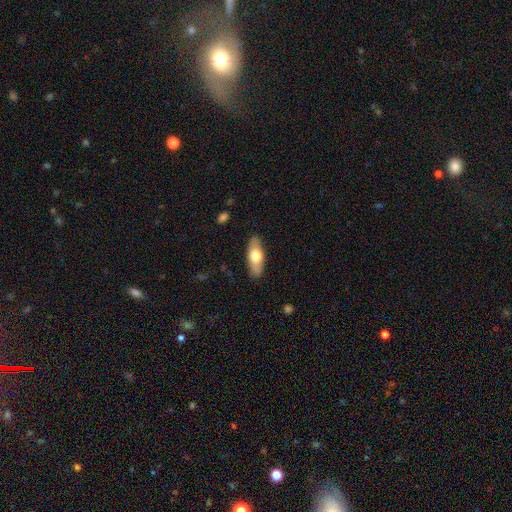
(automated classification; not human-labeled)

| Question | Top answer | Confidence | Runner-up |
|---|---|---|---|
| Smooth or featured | smooth | 64% | featured or disk (31%) |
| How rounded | in between | 73% | cigar-shaped (24%) |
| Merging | none | 87% | minor disturbance (10%) |